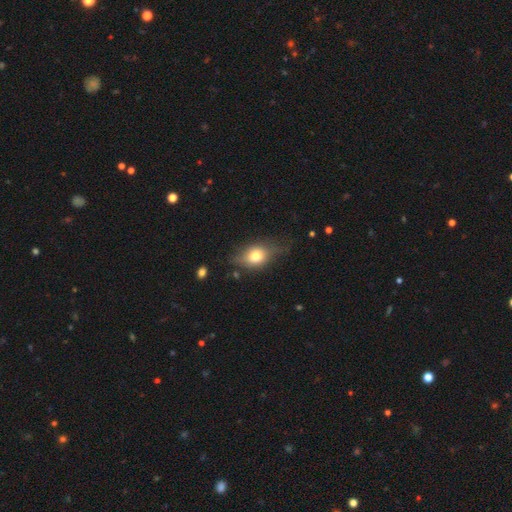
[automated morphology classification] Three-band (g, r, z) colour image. It shows a smooth galaxy with no disk features (68%) that is in between round and cigar-shaped (62%). Merging: none (58%).